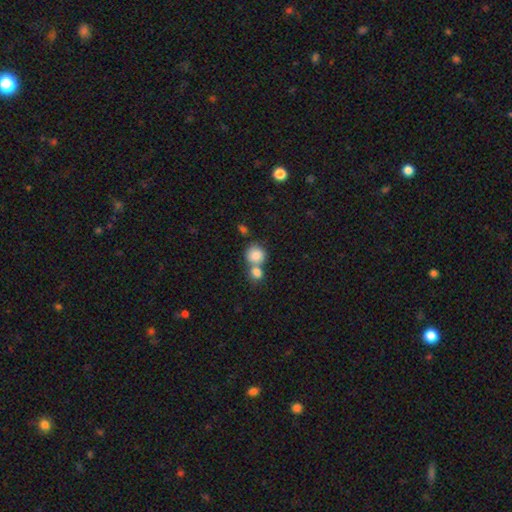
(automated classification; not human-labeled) Morphology: type=smooth (84%); roundness=round (81%); merging=merger (51%).